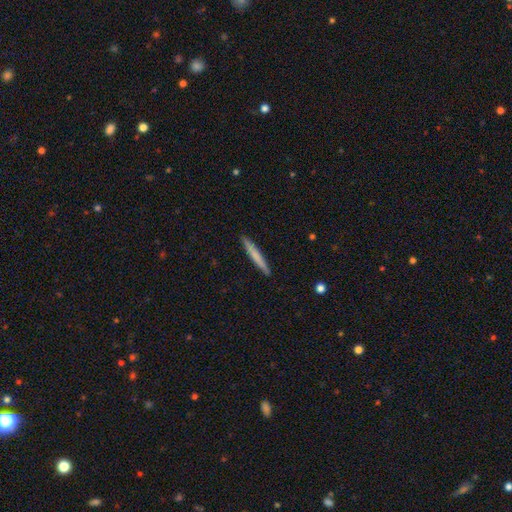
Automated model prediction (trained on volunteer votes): smooth_or_featured: smooth (p=0.69) [alt: featured or disk p=0.26]
how_rounded: cigar-shaped (p=0.96) [alt: in between p=0.02]
merging: none (p=0.92) [alt: minor disturbance p=0.06]